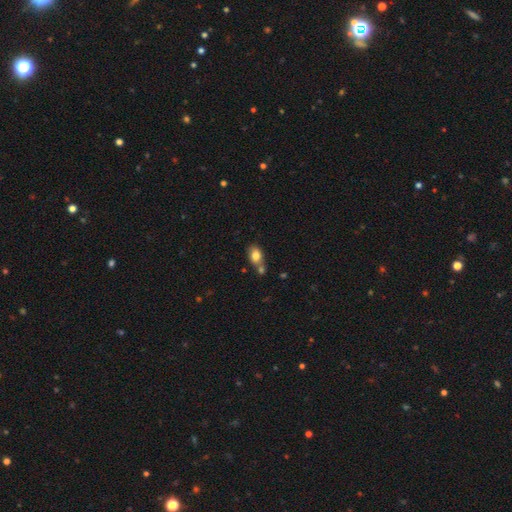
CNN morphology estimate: This appears to be a smooth galaxy with no disk features (81%) that is in between round and cigar-shaped (72%). Merging: none (50%).